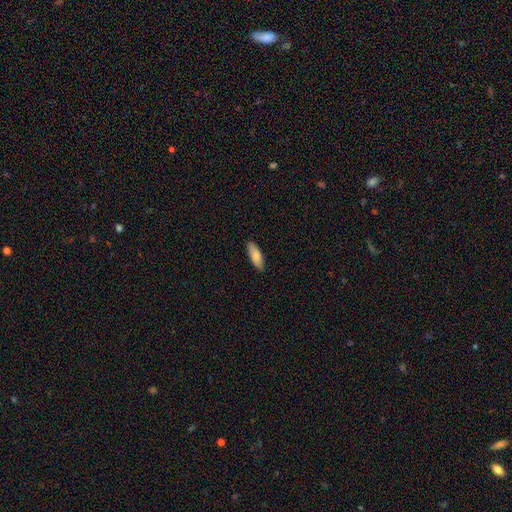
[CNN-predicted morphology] A smooth galaxy with no disk features (83%) that is in between round and cigar-shaped (66%). Merging: none (89%).